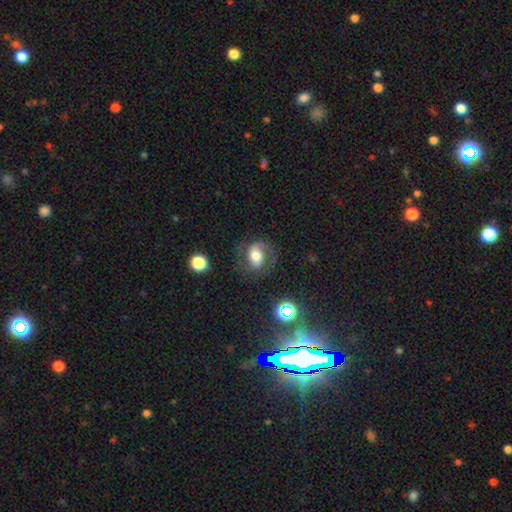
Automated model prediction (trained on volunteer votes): Smooth or featured: featured or disk — 65% (smooth — 25%)
Edge-on disk: no — 97% (yes — 3%)
Bar: no — 44% (weak — 36%)
Spiral arms: yes — 88% (no — 12%)
Spiral winding: medium — 53% (tight — 25%)
Spiral arm count: 2 — 85% (1 — 6%)
Bulge size: moderate — 57% (large — 28%)
Merging: none — 69% (minor disturbance — 16%)